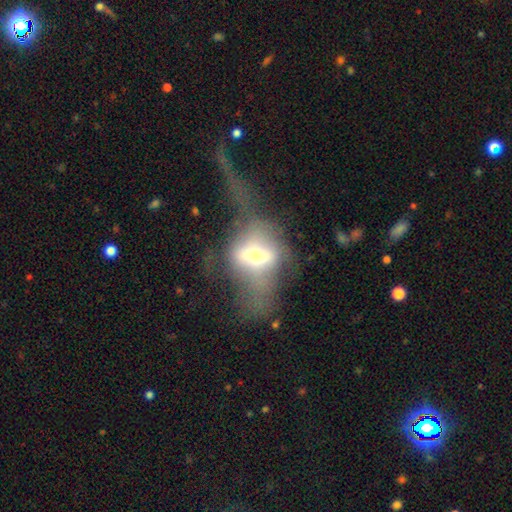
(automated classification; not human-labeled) Smooth or featured? featured or disk (53%)
Edge-on disk? no (65%)
Merging? major disturbance (49%)